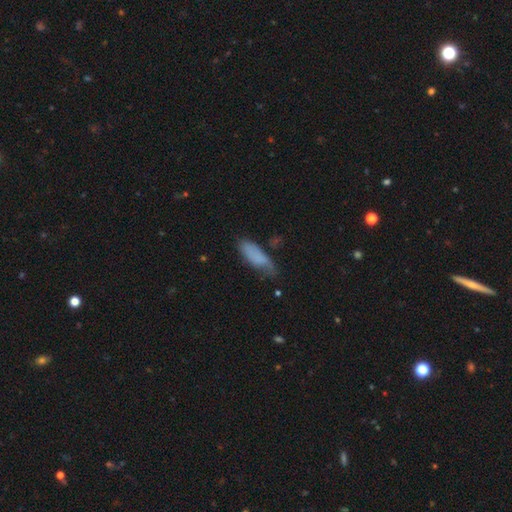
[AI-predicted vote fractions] Overall: smooth (75%). How rounded: in between (62%; cigar-shaped 36%). Merging: none (48%; minor disturbance 35%).